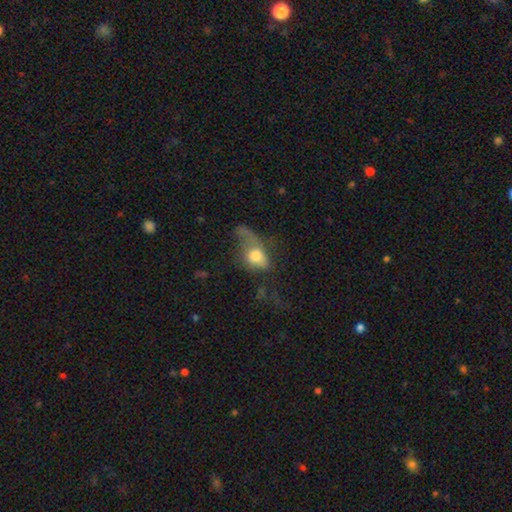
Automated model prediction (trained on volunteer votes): Smooth or featured?
  - smooth: 63% *
  - featured or disk: 26%
  - star or artifact: 11%
How rounded?
  - in between: 65% *
  - round: 31%
  - cigar-shaped: 4%
Merging?
  - major disturbance: 55% *
  - none: 19%
  - minor disturbance: 19%
  - merger: 7%